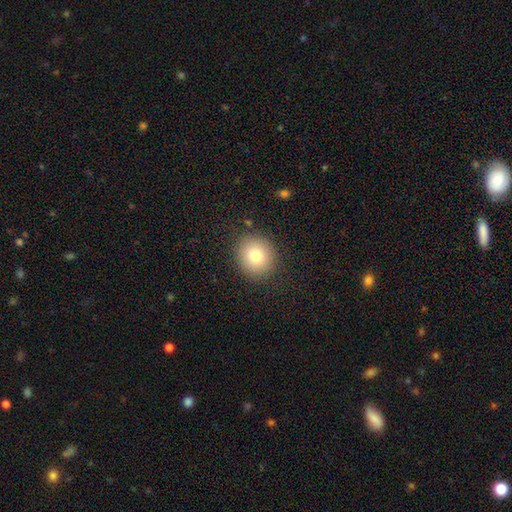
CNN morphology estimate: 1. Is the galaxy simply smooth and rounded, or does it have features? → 79% smooth, 11% star or artifact, 10% featured or disk.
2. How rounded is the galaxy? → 83% round, 16% in between, 1% cigar-shaped.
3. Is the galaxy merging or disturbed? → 88% none, 8% minor disturbance, 3% major disturbance, 1% merger.